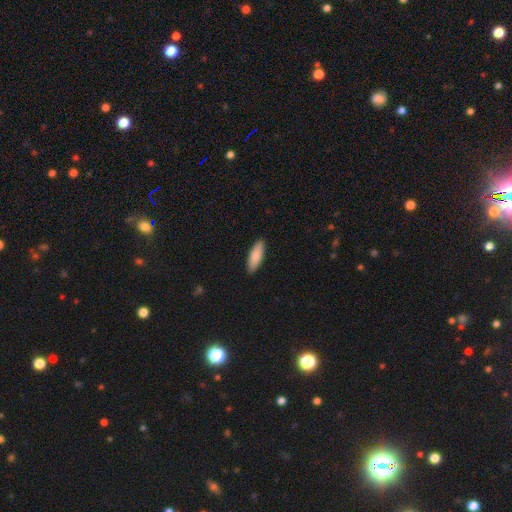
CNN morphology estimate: type=smooth (87%); roundness=in between (60%); merging=none (90%).